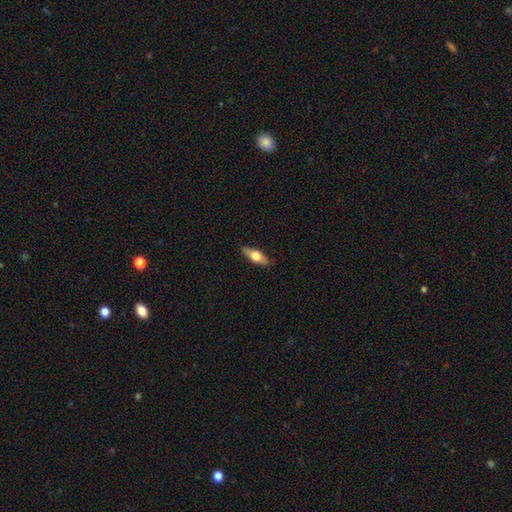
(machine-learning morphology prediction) smooth 56%, featured or disk 38%, star or artifact 6%. Down the decision tree: how rounded — in between (61%); merging — none (86%).